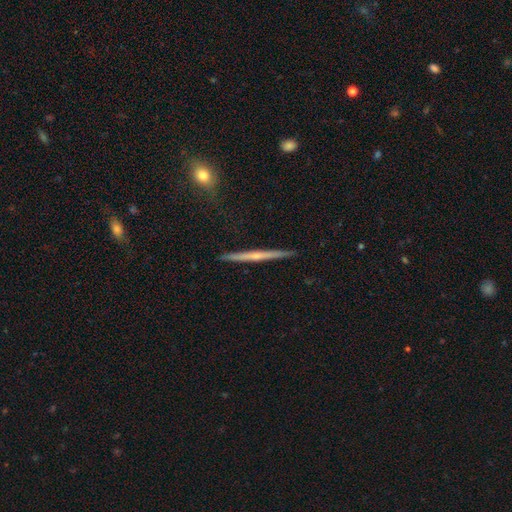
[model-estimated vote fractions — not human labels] A featured or disk galaxy (67%) viewed edge-on (98%) with a rounded central bulge (49%). Merging: none (91%).